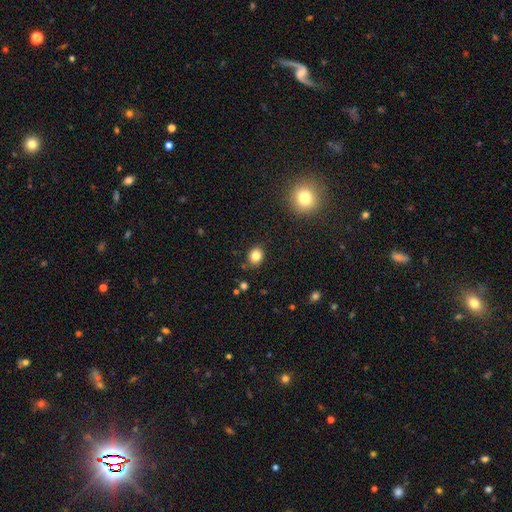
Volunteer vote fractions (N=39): smooth 87%, star or artifact 10%, featured or disk 3%. Down the decision tree: how rounded — round (71%); merging — none (86%).